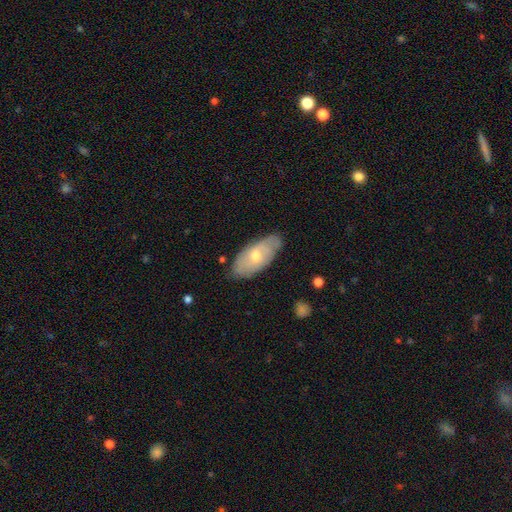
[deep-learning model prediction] smooth_or_featured: featured or disk (p=0.48) [alt: smooth p=0.46]
merging: none (p=0.78) [alt: minor disturbance p=0.18]